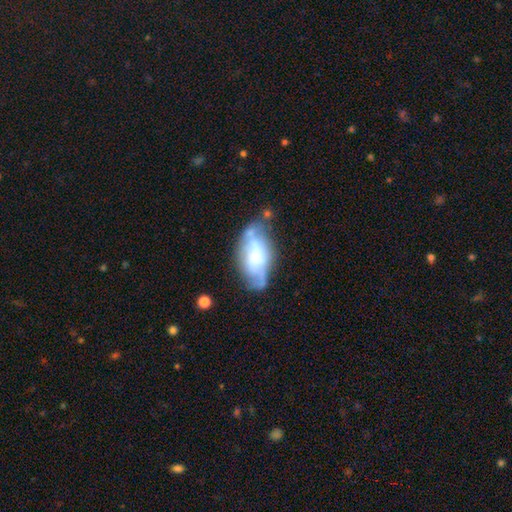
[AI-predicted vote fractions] smooth-or-featured: featured or disk: 53% | smooth: 39% | star or artifact: 8%
  disk-edge-on: no: 87% | yes: 13%
  merging: none: 44% | minor disturbance: 29% | major disturbance: 17% | merger: 10%